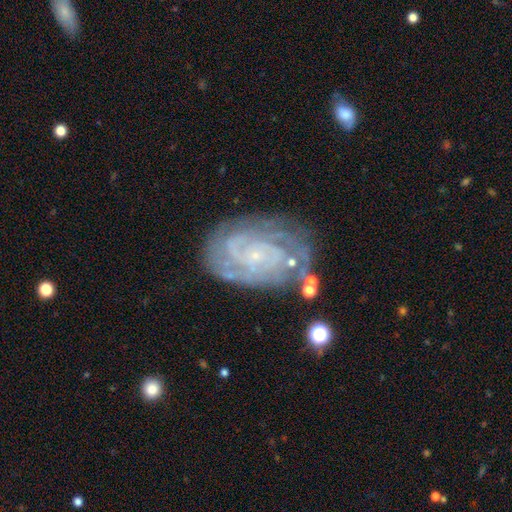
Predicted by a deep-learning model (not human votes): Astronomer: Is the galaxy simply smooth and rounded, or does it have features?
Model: featured or disk — 87%.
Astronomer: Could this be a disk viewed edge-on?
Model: no — 97%.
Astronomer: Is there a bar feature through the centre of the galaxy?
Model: no — 71%.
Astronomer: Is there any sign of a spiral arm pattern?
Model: yes — 97%.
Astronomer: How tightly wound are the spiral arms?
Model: tight — 75%.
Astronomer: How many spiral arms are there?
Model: can't tell — 26% (runner-up: 2, 22%).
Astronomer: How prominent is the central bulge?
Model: small — 85%.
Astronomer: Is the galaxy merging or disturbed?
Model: none — 69%.